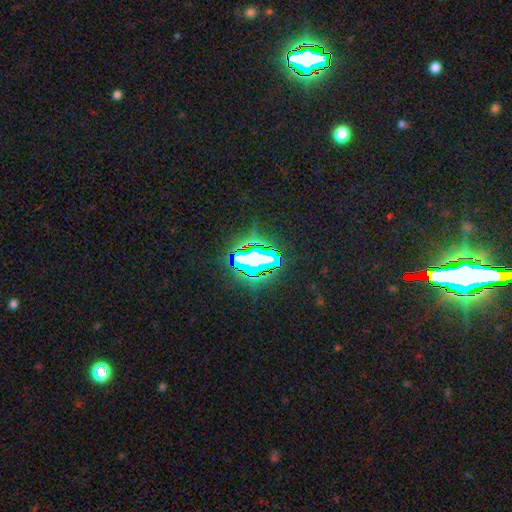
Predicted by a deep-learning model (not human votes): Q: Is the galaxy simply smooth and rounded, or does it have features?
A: star or artifact — 74%.